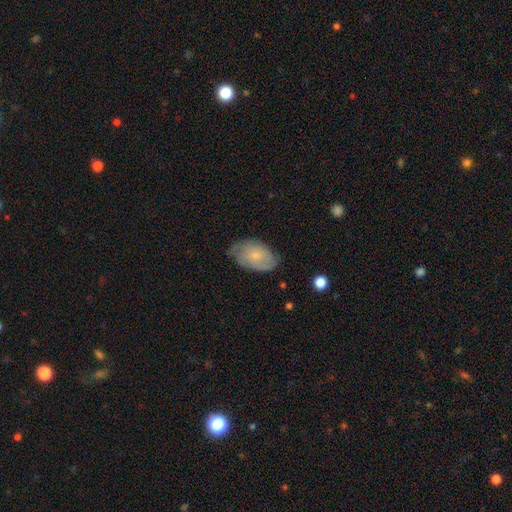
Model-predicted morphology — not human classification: Smooth or featured?
  - smooth: 51% *
  - featured or disk: 42%
  - star or artifact: 7%
How rounded?
  - in between: 90% *
  - round: 9%
  - cigar-shaped: 1%
Merging?
  - none: 64% *
  - minor disturbance: 27%
  - major disturbance: 7%
  - merger: 1%